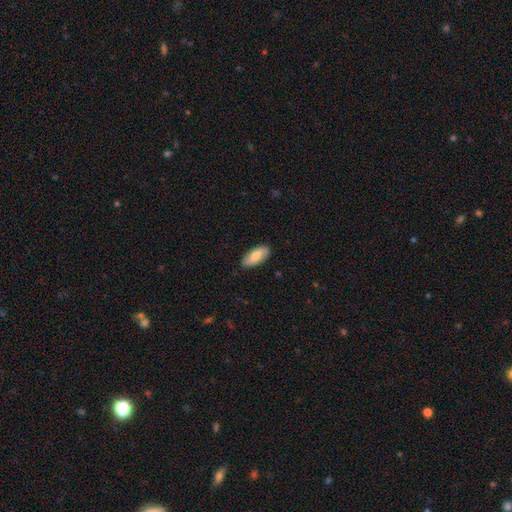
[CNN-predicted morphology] Q: Smooth or featured?
A: smooth (63%); runner-up: featured or disk (31%)
Q: How rounded?
A: in between (88%); runner-up: cigar-shaped (10%)
Q: Merging?
A: none (85%); runner-up: minor disturbance (11%)